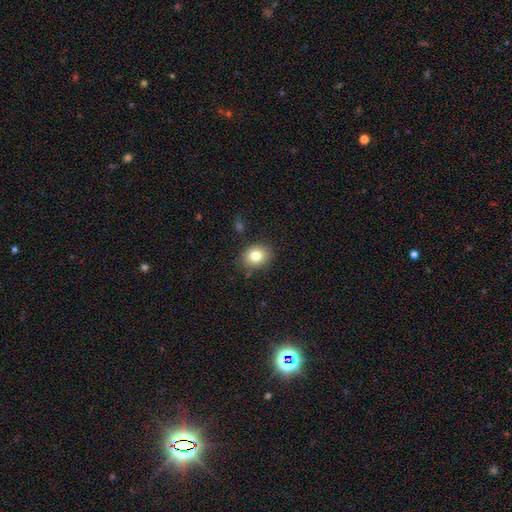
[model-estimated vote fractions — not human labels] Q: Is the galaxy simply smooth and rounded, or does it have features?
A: smooth — 80%.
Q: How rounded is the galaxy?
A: round — 59%.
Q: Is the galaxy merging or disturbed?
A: none — 83%.